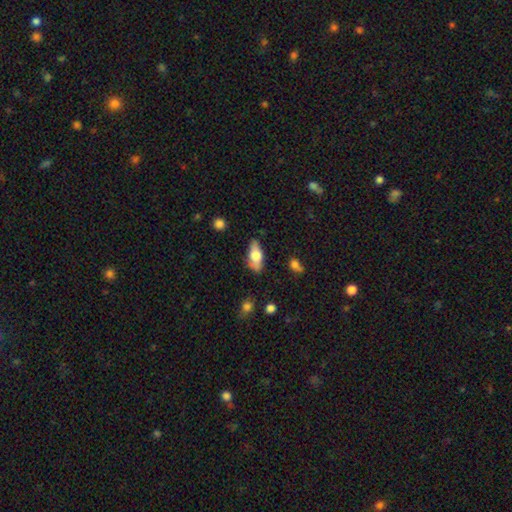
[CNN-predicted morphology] The model was most divided on "smooth or featured": smooth: 60%, featured or disk: 33%, star or artifact: 7%. More confident: how rounded — in between (80%); merging — none (72%).